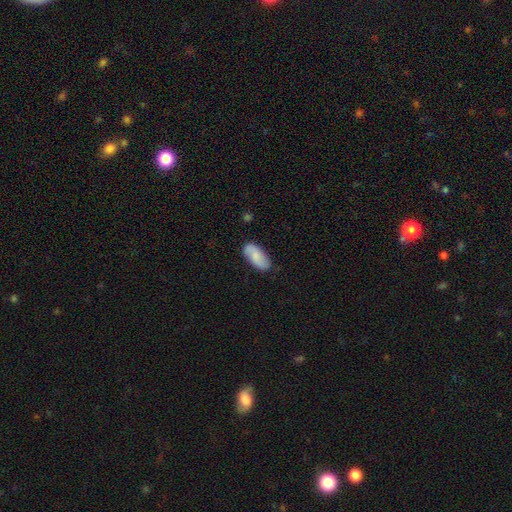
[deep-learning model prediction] This is likely a smooth galaxy (67%). How rounded: clearly in between (91%). Merging: likely none (79%).